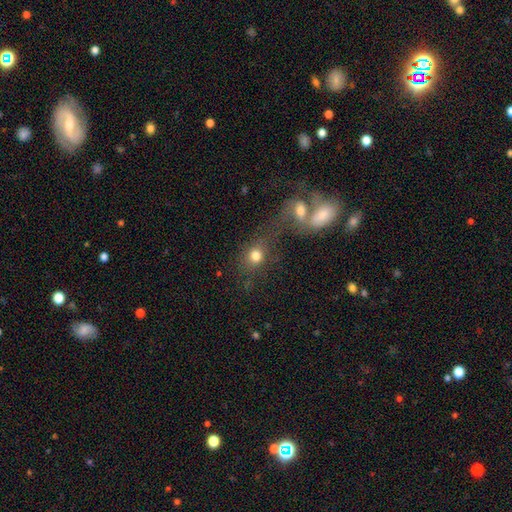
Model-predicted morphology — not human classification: smooth_or_featured: smooth (p=0.73) [alt: star or artifact p=0.13]
how_rounded: round (p=0.68) [alt: in between p=0.30]
merging: merger (p=0.44) [alt: none p=0.37]